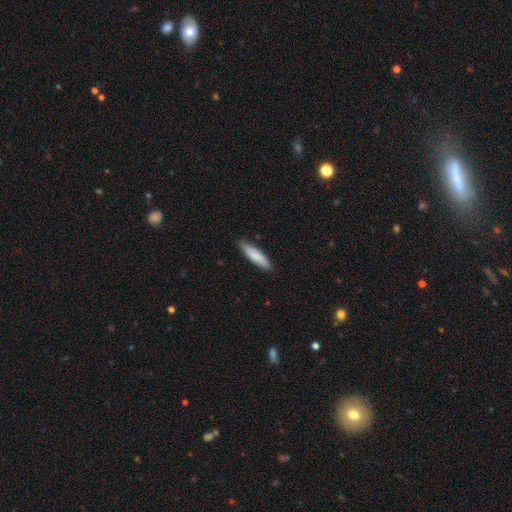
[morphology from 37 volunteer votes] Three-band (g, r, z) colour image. It shows a smooth galaxy with no disk features (76%) that is cigar-shaped (64%). Merging: none (97%).